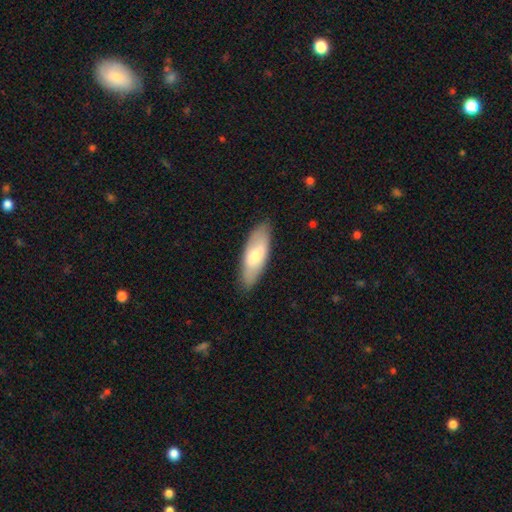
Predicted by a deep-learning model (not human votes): Smooth or featured? smooth (61%)
How rounded? in between (70%)
Merging? none (86%)